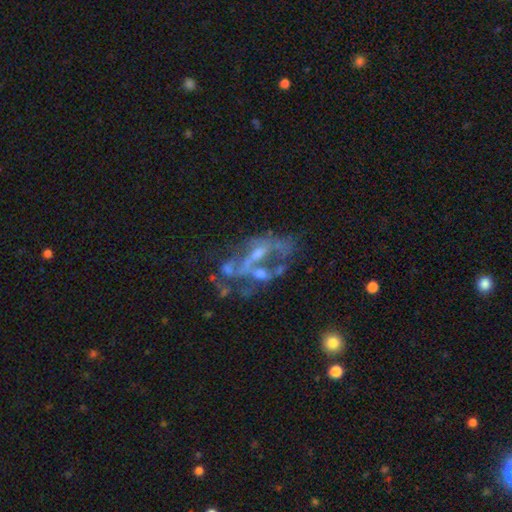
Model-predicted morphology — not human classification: Smooth or featured?
  - featured or disk: 73% *
  - star or artifact: 15%
  - smooth: 12%
Edge-on disk?
  - no: 95% *
  - yes: 5%
Bar?
  - no: 57% *
  - weak: 27%
  - strong: 16%
Spiral arms?
  - no: 65% *
  - yes: 35%
Bulge size?
  - small: 38% *
  - moderate: 29%
  - none: 29%
  - large: 3%
  - dominant: 1%
Merging?
  - major disturbance: 31% *
  - none: 30%
  - merger: 25%
  - minor disturbance: 14%